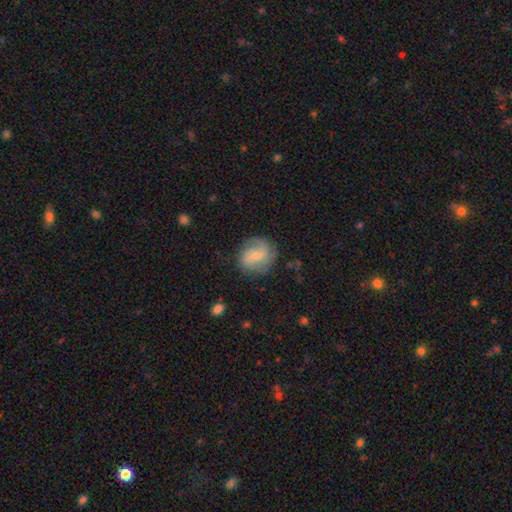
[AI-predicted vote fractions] smooth_or_featured: featured or disk (p=0.51) [alt: smooth p=0.41]
disk_edge_on: no (p=0.96) [alt: yes p=0.04]
merging: none (p=0.75) [alt: minor disturbance p=0.17]